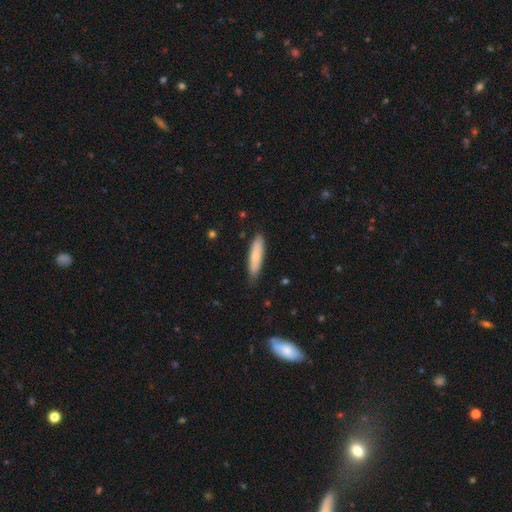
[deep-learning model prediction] Smooth or featured: smooth — 71% (featured or disk — 23%)
How rounded: cigar-shaped — 75% (in between — 24%)
Merging: none — 83% (minor disturbance — 14%)